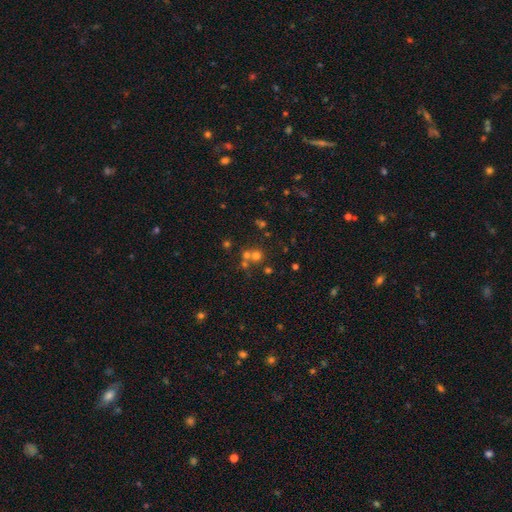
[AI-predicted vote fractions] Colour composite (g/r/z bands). It shows a smooth galaxy with no disk features (59%) that is round (89%). Merging: none (51%).